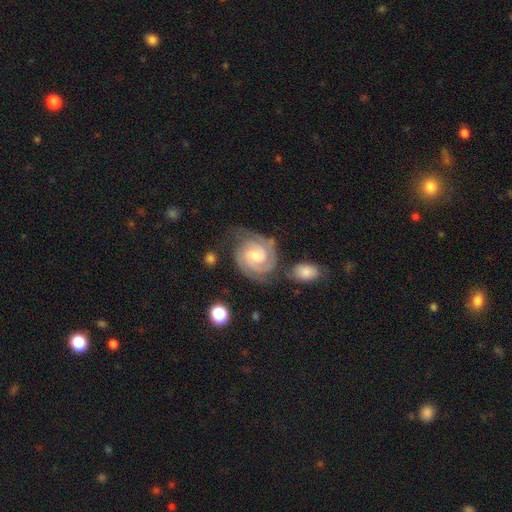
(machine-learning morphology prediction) smooth_or_featured: featured or disk (p=0.89) [alt: smooth p=0.06]
disk_edge_on: no (p=0.98) [alt: yes p=0.02]
bar: no (p=0.47) [alt: weak p=0.42]
has_spiral_arms: yes (p=0.98) [alt: no p=0.02]
spiral_winding: tight (p=0.73) [alt: medium p=0.23]
spiral_arm_count: 2 (p=0.69) [alt: 3 p=0.16]
bulge_size: moderate (p=0.51) [alt: small p=0.40]
merging: none (p=0.69) [alt: minor disturbance p=0.18]